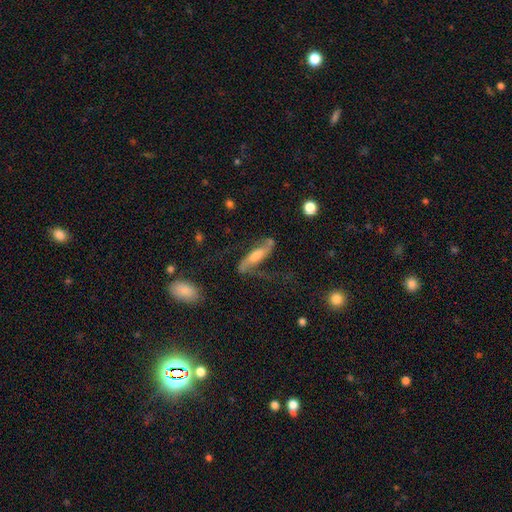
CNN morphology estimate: Q: Smooth or featured?
A: featured or disk (69%); runner-up: smooth (23%)
Q: Edge-on disk?
A: no (71%); runner-up: yes (29%)
Q: Merging?
A: none (54%); runner-up: major disturbance (22%)